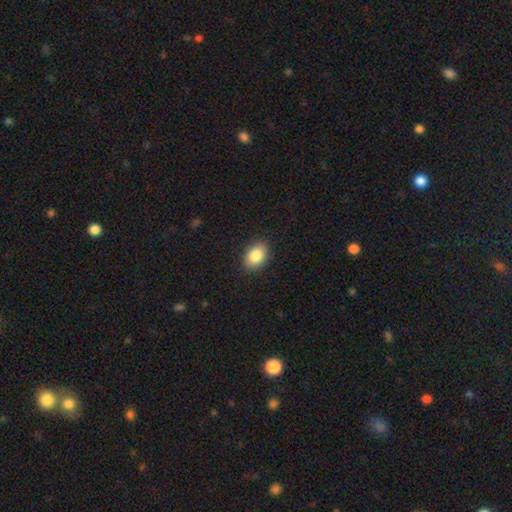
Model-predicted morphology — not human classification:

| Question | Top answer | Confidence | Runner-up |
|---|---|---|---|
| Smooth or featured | smooth | 86% | star or artifact (8%) |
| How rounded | in between | 82% | round (17%) |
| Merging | none | 88% | minor disturbance (9%) |